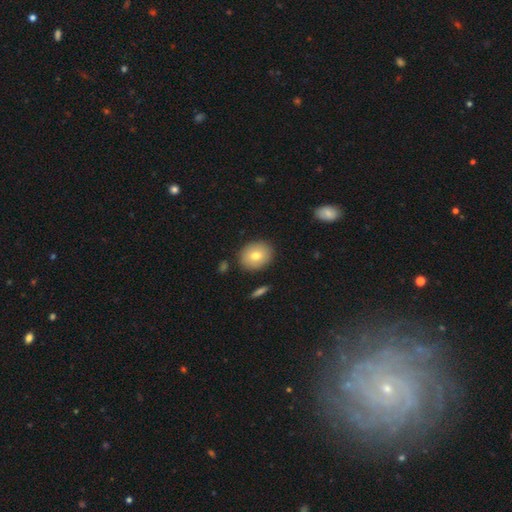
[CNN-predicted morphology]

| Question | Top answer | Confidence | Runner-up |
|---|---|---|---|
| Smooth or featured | smooth | 76% | featured or disk (16%) |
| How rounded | round | 62% | in between (37%) |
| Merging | none | 87% | minor disturbance (8%) |